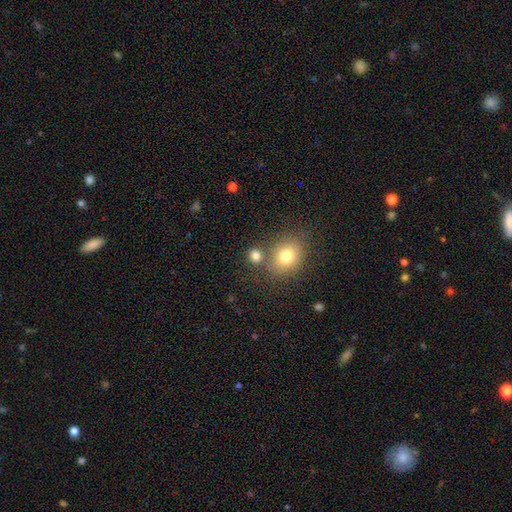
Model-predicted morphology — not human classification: Smooth or featured: smooth — 79% (star or artifact — 13%)
How rounded: round — 77% (in between — 22%)
Merging: none — 66% (merger — 21%)